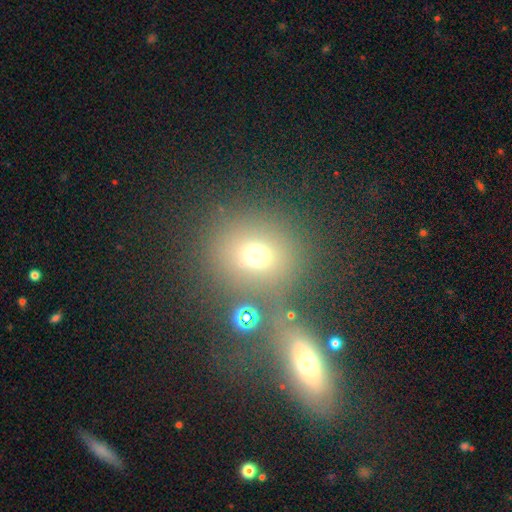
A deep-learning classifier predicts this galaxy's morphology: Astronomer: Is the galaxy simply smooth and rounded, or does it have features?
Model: smooth — 68%.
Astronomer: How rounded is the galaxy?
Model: round — 80%.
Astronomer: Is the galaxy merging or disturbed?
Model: none — 63%.